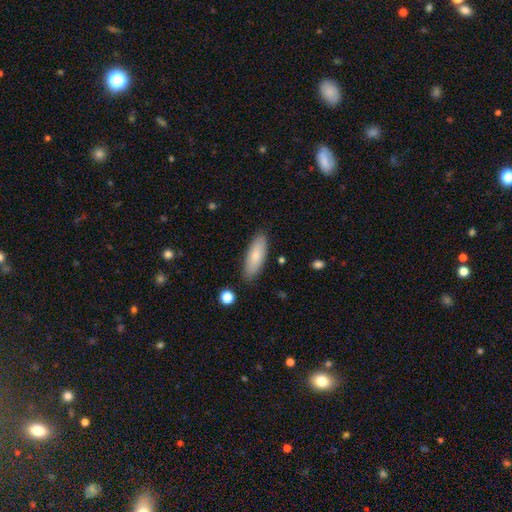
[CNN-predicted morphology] smooth 79%, featured or disk 15%, star or artifact 6%. Down the decision tree: how rounded — in between (58%); merging — none (86%).